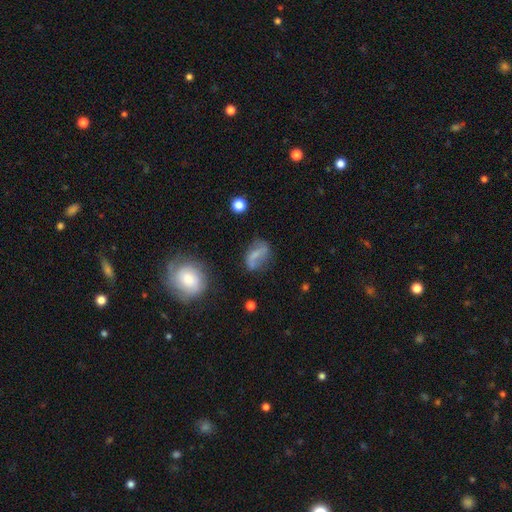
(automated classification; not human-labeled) smooth_or_featured: smooth (p=0.47) [alt: featured or disk p=0.42]
merging: none (p=0.55) [alt: minor disturbance p=0.24]